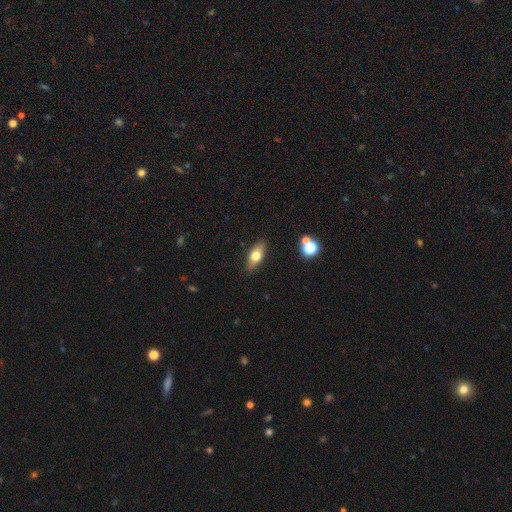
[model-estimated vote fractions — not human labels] Smooth or featured?
  - smooth: 70% *
  - featured or disk: 22%
  - star or artifact: 8%
How rounded?
  - in between: 80% *
  - cigar-shaped: 16%
  - round: 5%
Merging?
  - none: 86% *
  - minor disturbance: 10%
  - major disturbance: 2%
  - merger: 2%